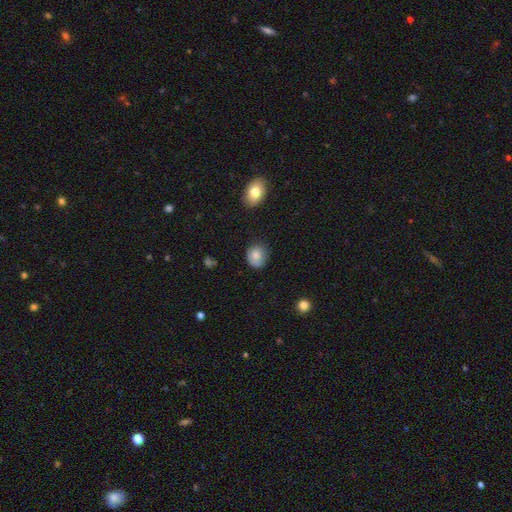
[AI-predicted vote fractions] Smooth or featured?
  - smooth: 81% *
  - featured or disk: 10%
  - star or artifact: 9%
How rounded?
  - round: 74% *
  - in between: 25%
  - cigar-shaped: 1%
Merging?
  - none: 70% *
  - minor disturbance: 23%
  - major disturbance: 5%
  - merger: 2%